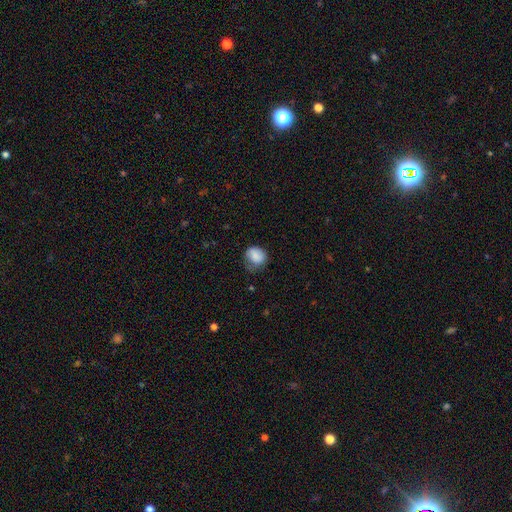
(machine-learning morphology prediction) Smooth or featured? Predicted: smooth (p=0.80). How rounded? Predicted: round (p=0.70). Merging? Predicted: none (p=0.50).